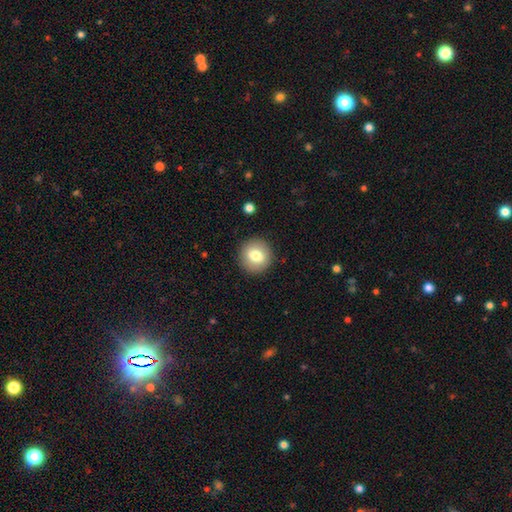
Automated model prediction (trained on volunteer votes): Morphology: type=smooth (78%); roundness=round (91%); merging=none (91%).